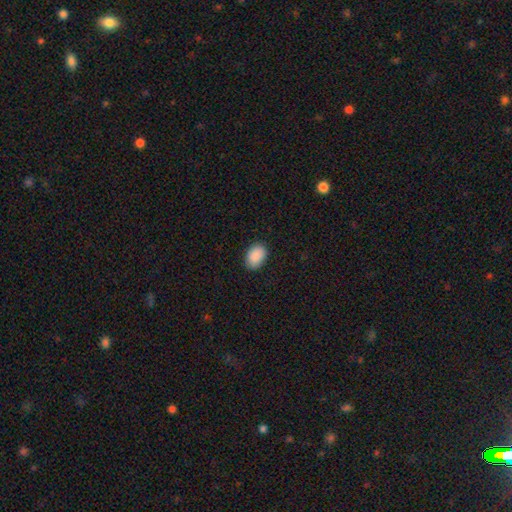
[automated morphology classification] type=smooth (90%); roundness=in between (85%); merging=none (88%).